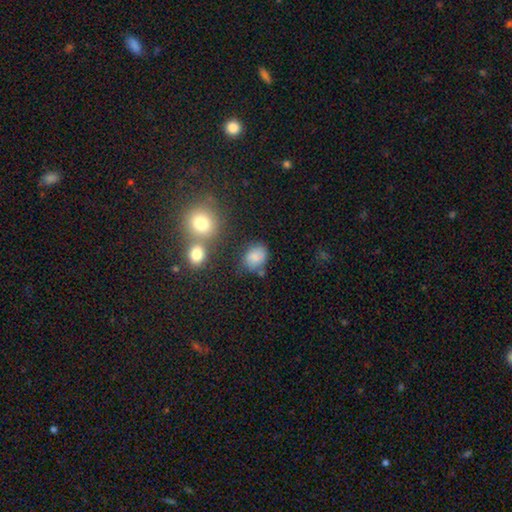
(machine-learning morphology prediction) This appears to be a smooth galaxy with no disk features (79%) that is in between round and cigar-shaped (52%). Merging: none (65%).